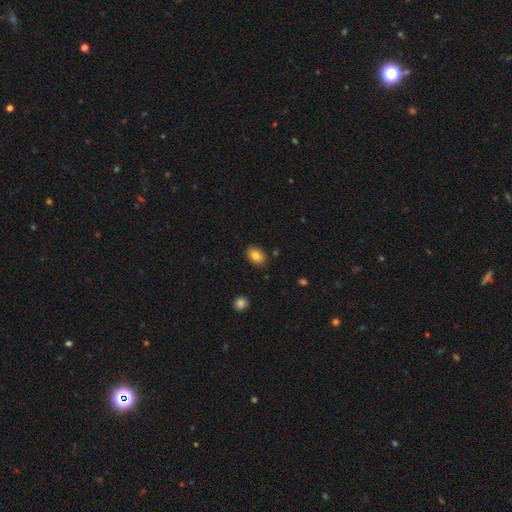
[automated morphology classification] type=smooth (83%); roundness=in between (83%); merging=none (87%).